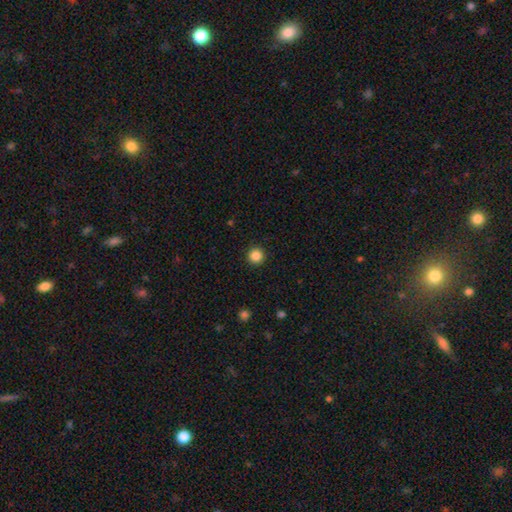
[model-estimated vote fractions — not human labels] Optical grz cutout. It shows a smooth galaxy with no disk features (85%) that is round (96%). Merging: none (93%).